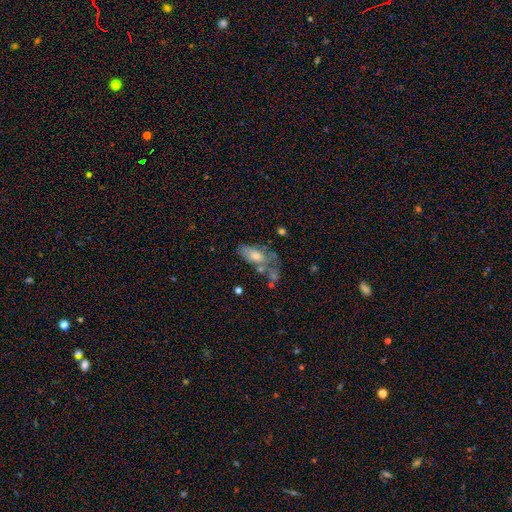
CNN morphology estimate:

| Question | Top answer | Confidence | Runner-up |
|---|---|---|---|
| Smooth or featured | smooth | 53% | featured or disk (36%) |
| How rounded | in between | 82% | cigar-shaped (13%) |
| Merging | none | 34% | minor disturbance (23%) |